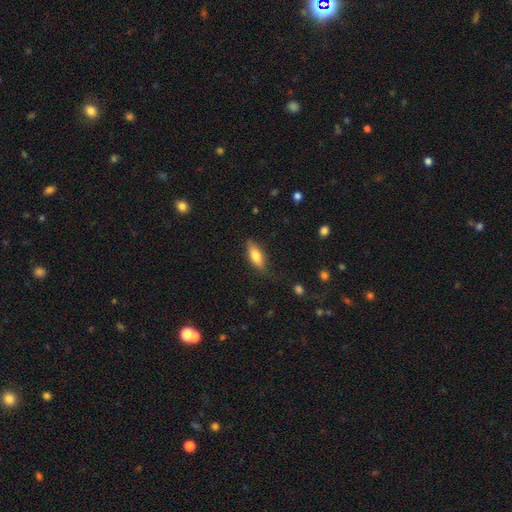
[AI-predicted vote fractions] Smooth or featured? Predicted: smooth (p=0.78). How rounded? Predicted: in between (p=0.71). Merging? Predicted: none (p=0.77).